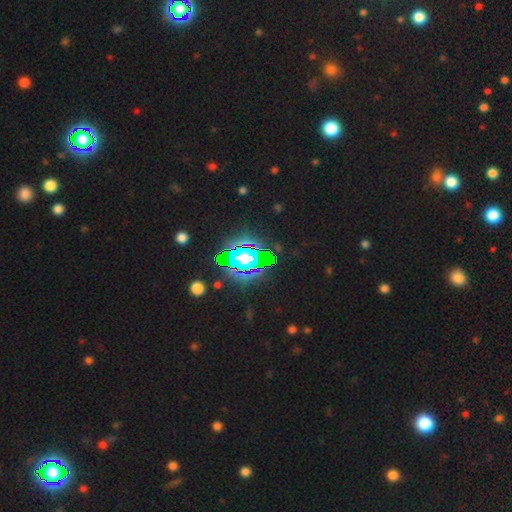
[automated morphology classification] Q: Smooth or featured?
A: star or artifact (79%); runner-up: smooth (11%)